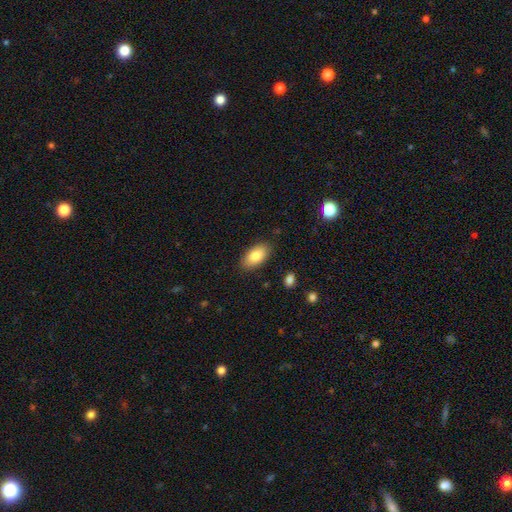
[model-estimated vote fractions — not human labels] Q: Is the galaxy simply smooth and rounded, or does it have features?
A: smooth — 83%.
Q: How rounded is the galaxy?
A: in between — 94%.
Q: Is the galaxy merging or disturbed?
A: none — 86%.